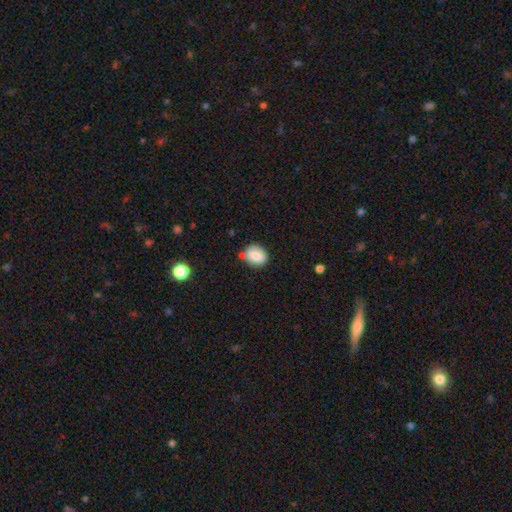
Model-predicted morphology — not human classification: smooth 82%, featured or disk 9%, star or artifact 9%. Down the decision tree: how rounded — round (56%); merging — none (69%).